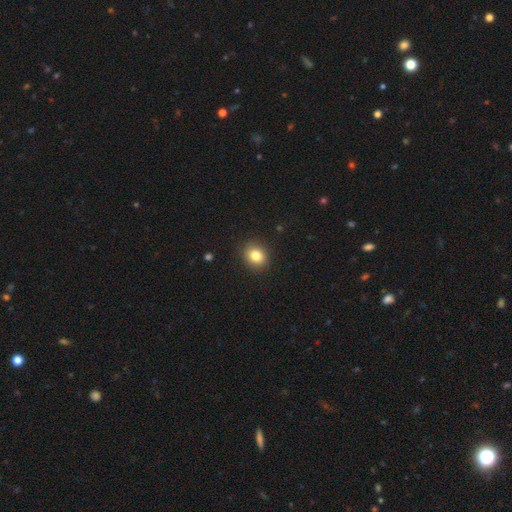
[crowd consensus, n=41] Smooth or featured? smooth (93%)
How rounded? round (61%)
Merging? none (85%)